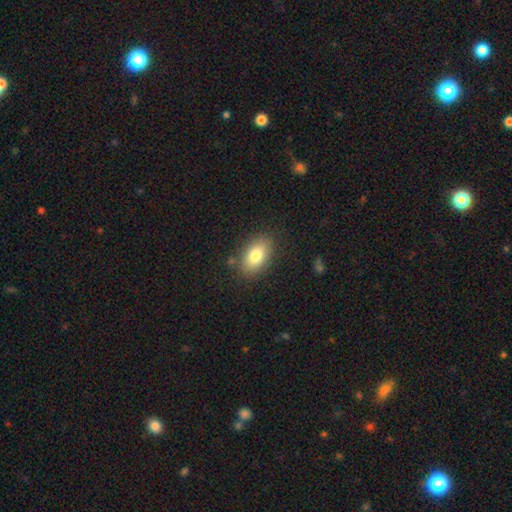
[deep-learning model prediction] A smooth galaxy with no disk features (80%) that is in between round and cigar-shaped (89%).

Vote fractions:
- Smooth or featured? smooth: 80% / featured or disk: 12% / star or artifact: 8%
- How rounded? in between: 89% / round: 9% / cigar-shaped: 2%
- Merging? none: 83% / minor disturbance: 12% / major disturbance: 3% / merger: 2%